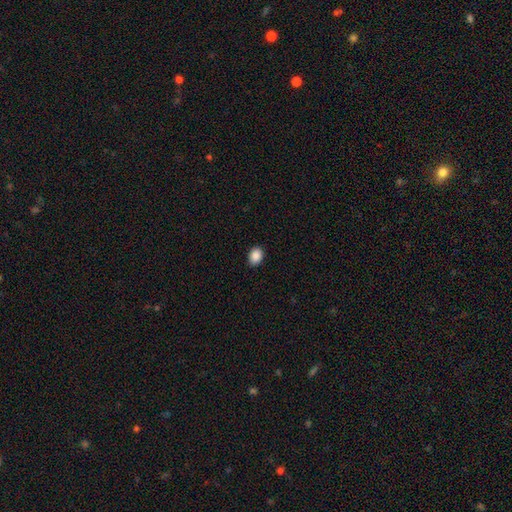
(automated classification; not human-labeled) Smooth or featured? Predicted: smooth (p=0.88). How rounded? Predicted: in between (p=0.71). Merging? Predicted: none (p=0.90).